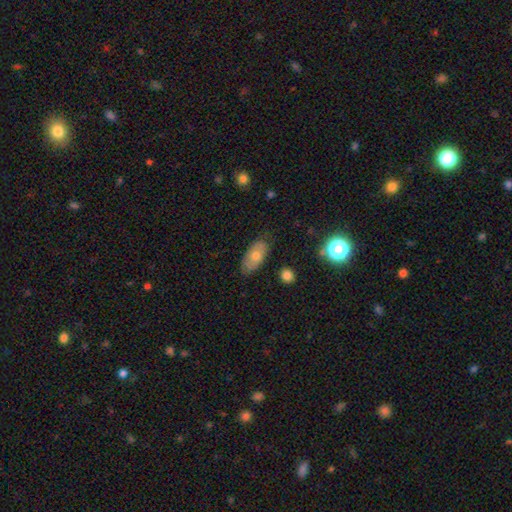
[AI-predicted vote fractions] smooth-or-featured: smooth: 62% | featured or disk: 30% | star or artifact: 9%
  how-rounded: in between: 89% | cigar-shaped: 6% | round: 5%
  merging: none: 79% | minor disturbance: 17% | major disturbance: 3% | merger: 1%